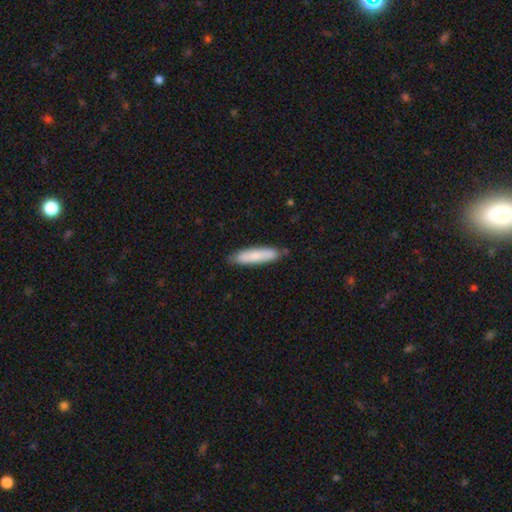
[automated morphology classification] Q: Smooth or featured?
A: smooth (77%); runner-up: featured or disk (17%)
Q: How rounded?
A: cigar-shaped (80%); runner-up: in between (19%)
Q: Merging?
A: none (82%); runner-up: minor disturbance (14%)